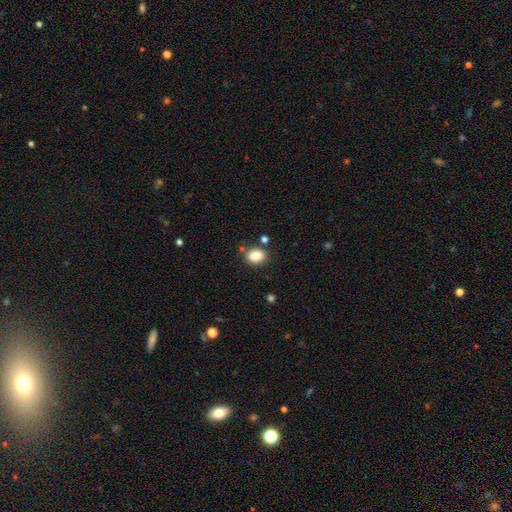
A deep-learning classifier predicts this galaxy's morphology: The model was most divided on "how rounded": in between: 50%, round: 49%, cigar-shaped: 1%. More confident: smooth or featured — smooth (85%); merging — none (79%).